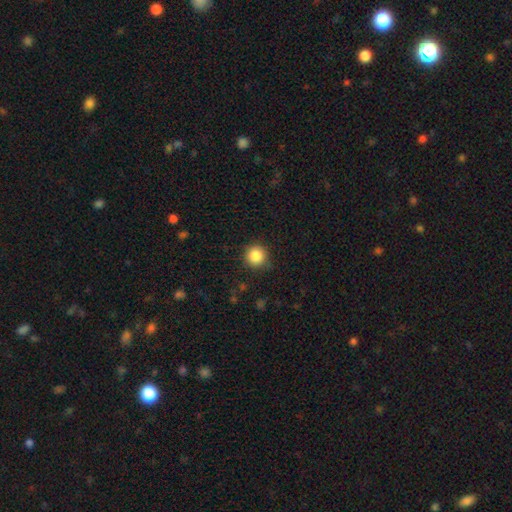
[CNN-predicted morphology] The model was most divided on "smooth or featured": smooth: 86%, star or artifact: 10%, featured or disk: 4%. More confident: how rounded — round (94%); merging — none (87%).